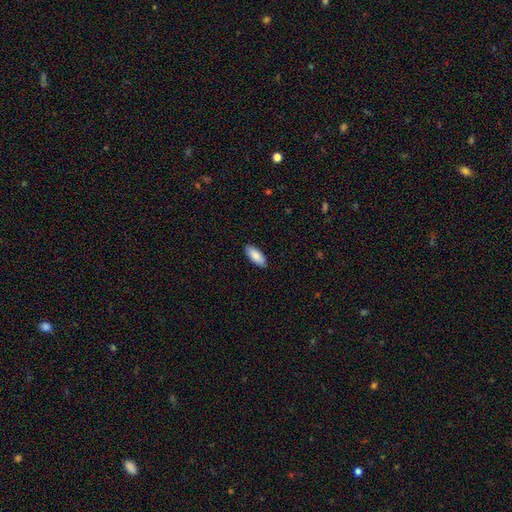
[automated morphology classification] The model was most divided on "how rounded": in between: 86%, cigar-shaped: 12%, round: 2%. More confident: merging — none (90%); smooth or featured — smooth (89%).